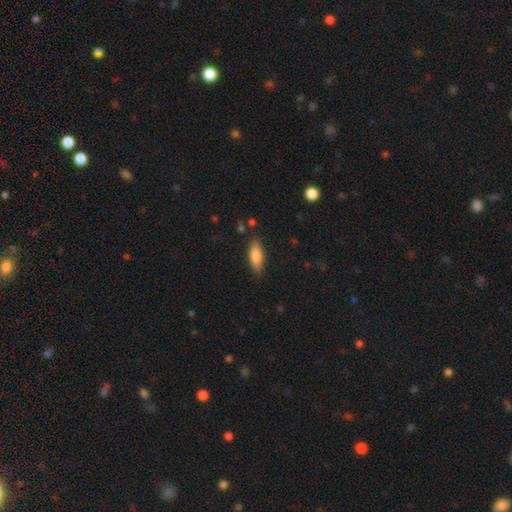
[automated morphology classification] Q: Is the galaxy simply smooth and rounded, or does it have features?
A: smooth — 82%.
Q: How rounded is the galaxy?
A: in between — 64%.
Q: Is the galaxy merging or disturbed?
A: none — 83%.